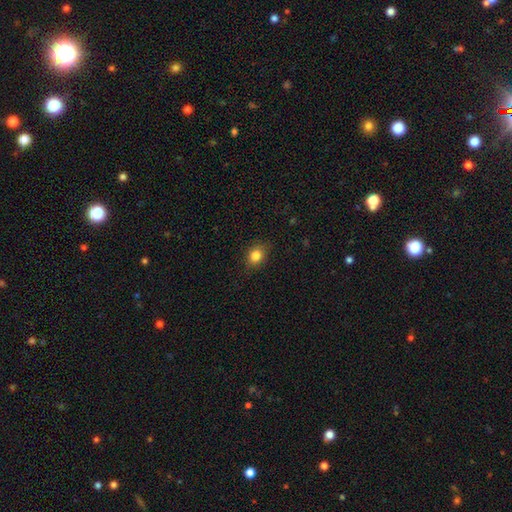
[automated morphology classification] This is clearly a smooth galaxy (82%). How rounded: possibly round (56%). Merging: clearly none (86%).